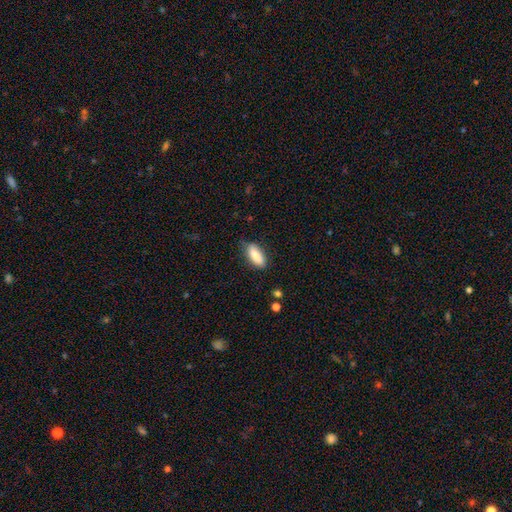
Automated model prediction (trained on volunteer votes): The model was most divided on "how rounded": in between: 77%, cigar-shaped: 21%, round: 2%. More confident: smooth or featured — smooth (85%); merging — none (76%).